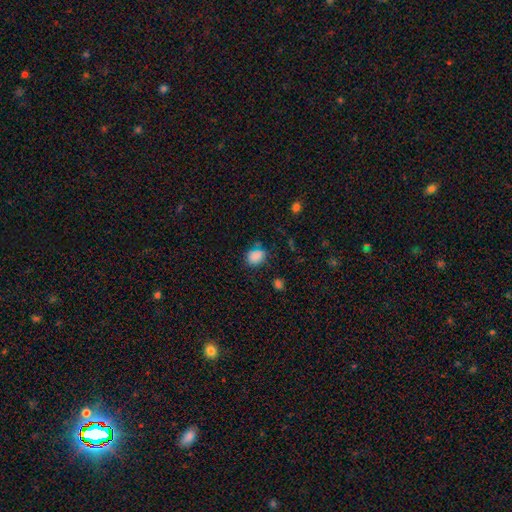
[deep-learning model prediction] Smooth or featured?
  - smooth: 83% *
  - star or artifact: 12%
  - featured or disk: 5%
How rounded?
  - round: 50% *
  - in between: 49%
  - cigar-shaped: 1%
Merging?
  - none: 71% *
  - minor disturbance: 19%
  - major disturbance: 5%
  - merger: 4%